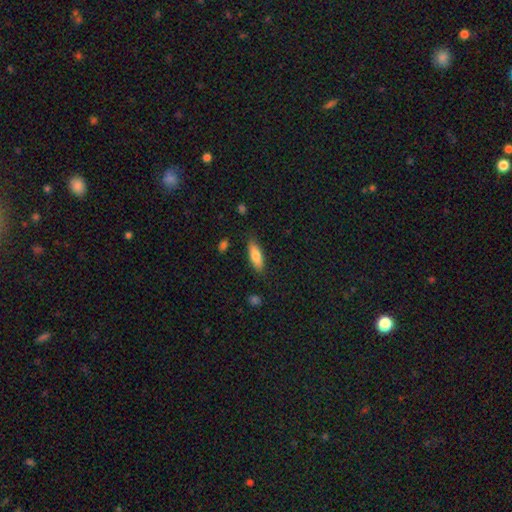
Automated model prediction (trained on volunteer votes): Smooth or featured? smooth (79%)
How rounded? in between (60%)
Merging? none (84%)